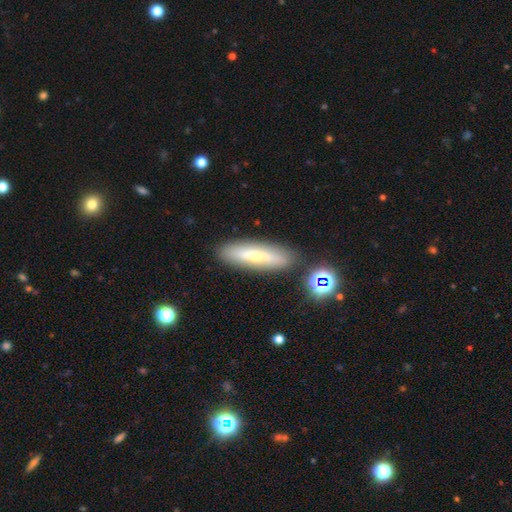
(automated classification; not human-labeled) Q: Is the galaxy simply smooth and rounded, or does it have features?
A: smooth — 59%.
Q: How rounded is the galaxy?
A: cigar-shaped — 70%.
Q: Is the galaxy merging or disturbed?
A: none — 83%.